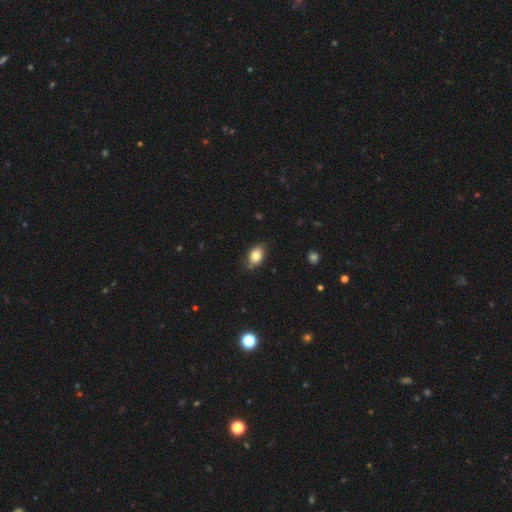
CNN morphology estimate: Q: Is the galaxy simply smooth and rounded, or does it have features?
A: smooth — 81%.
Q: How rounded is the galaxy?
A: in between — 86%.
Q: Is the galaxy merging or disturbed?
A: none — 76%.